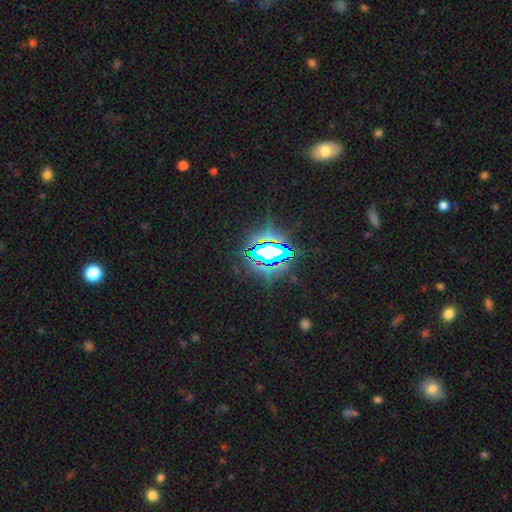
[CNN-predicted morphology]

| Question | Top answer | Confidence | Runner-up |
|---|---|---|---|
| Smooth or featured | star or artifact | 80% | smooth (11%) |